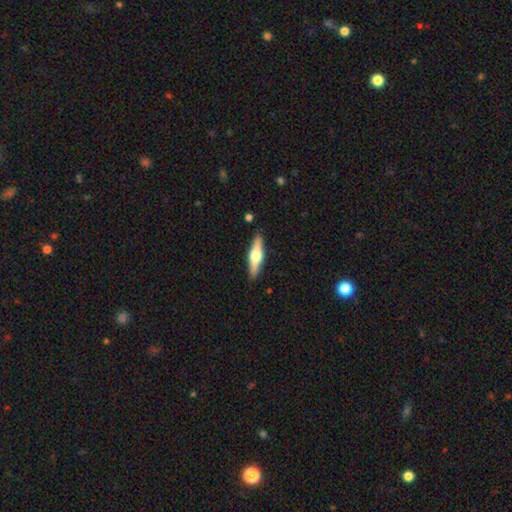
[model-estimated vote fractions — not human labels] smooth_or_featured: featured or disk (p=0.60) [alt: smooth p=0.35]
disk_edge_on: yes (p=0.96) [alt: no p=0.04]
edge_on_bulge: rounded (p=0.94) [alt: boxy p=0.05]
merging: none (p=0.89) [alt: minor disturbance p=0.08]